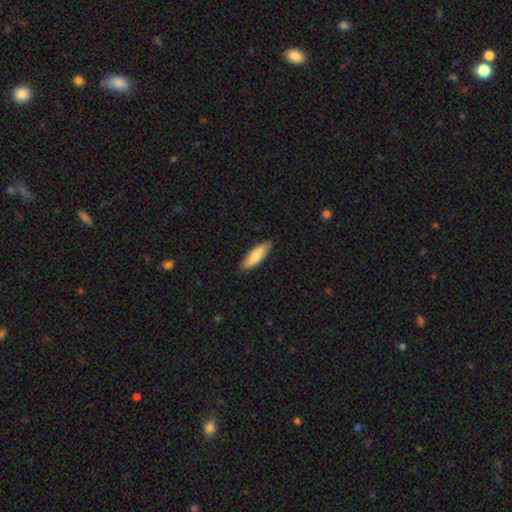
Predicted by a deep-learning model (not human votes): A smooth galaxy with no disk features (80%) that is cigar-shaped (56%).

Vote fractions:
- Smooth or featured? smooth: 80% / featured or disk: 15% / star or artifact: 5%
- How rounded? cigar-shaped: 56% / in between: 43% / round: 2%
- Merging? none: 87% / minor disturbance: 10% / major disturbance: 2% / merger: 1%